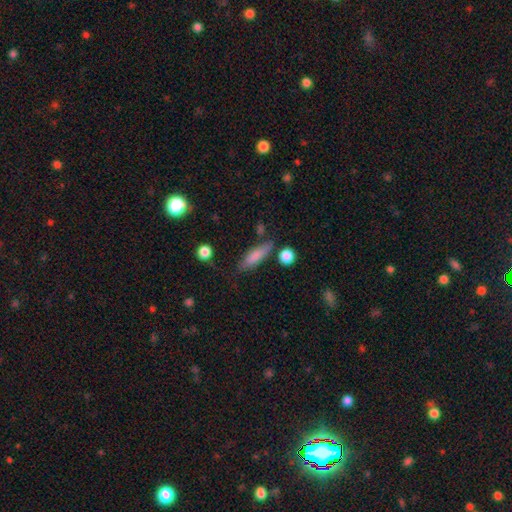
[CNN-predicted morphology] This is likely a smooth galaxy (76%). How rounded: likely cigar-shaped (61%). Merging: likely none (71%).